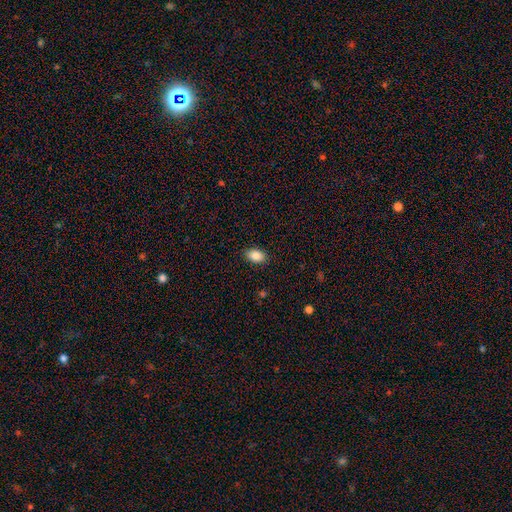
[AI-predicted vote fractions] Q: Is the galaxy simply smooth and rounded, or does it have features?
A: smooth — 88%.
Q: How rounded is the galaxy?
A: in between — 90%.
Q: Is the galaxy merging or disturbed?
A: none — 88%.